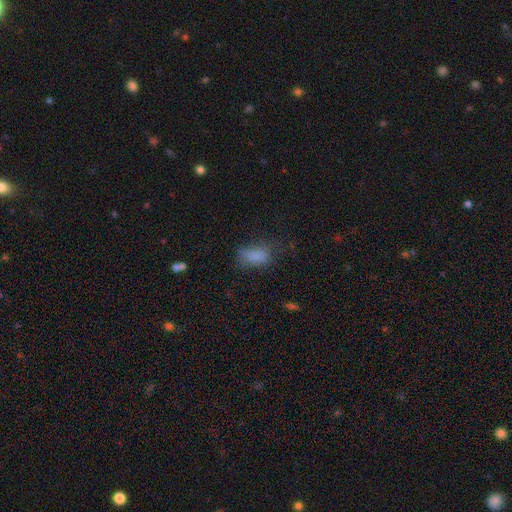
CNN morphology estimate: Q: Smooth or featured?
A: smooth (76%); runner-up: star or artifact (13%)
Q: How rounded?
A: in between (86%); runner-up: cigar-shaped (8%)
Q: Merging?
A: none (49%); runner-up: minor disturbance (27%)